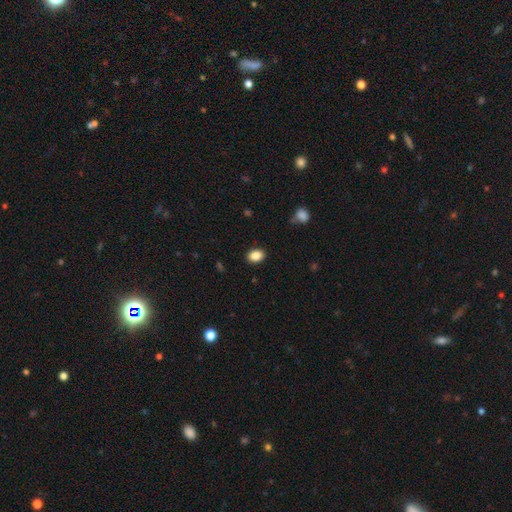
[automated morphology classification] smooth-or-featured: smooth: 87% | star or artifact: 9% | featured or disk: 5%
  how-rounded: in between: 73% | round: 26% | cigar-shaped: 1%
  merging: none: 88% | minor disturbance: 9% | major disturbance: 2% | merger: 1%